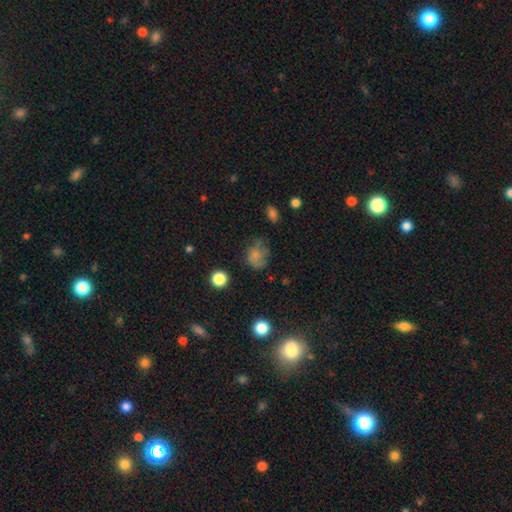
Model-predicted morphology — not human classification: A smooth galaxy with no disk features (70%) that is round (53%).

Vote fractions:
- Smooth or featured? smooth: 70% / featured or disk: 16% / star or artifact: 14%
- How rounded? round: 53% / in between: 46% / cigar-shaped: 1%
- Merging? none: 46% / minor disturbance: 29% / major disturbance: 22% / merger: 3%